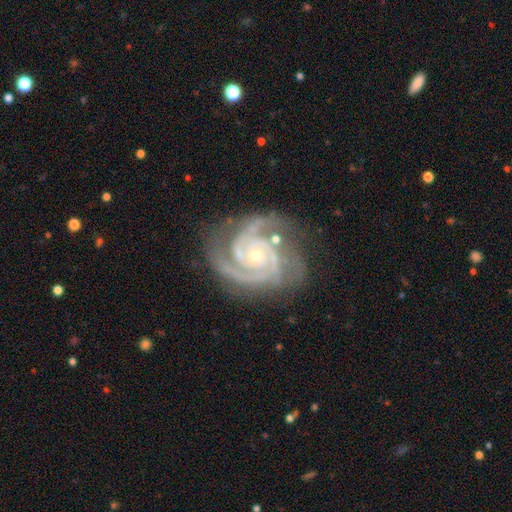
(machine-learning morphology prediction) Overall: featured or disk (93%). Edge-on disk: no (98%). Bar: no (74%). Spiral arms: yes (99%). Spiral arm count: 3 (45%; 2 36%). Spiral winding: tight (64%; medium 33%). Bulge size: small (75%). Merging: none (70%).